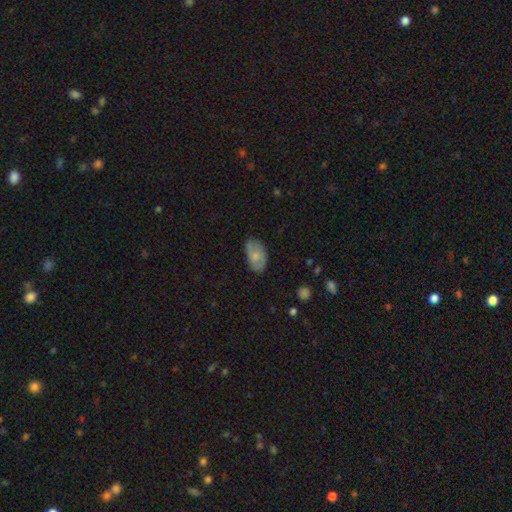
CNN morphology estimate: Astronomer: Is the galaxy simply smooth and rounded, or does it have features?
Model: smooth — 68%.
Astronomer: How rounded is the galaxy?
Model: in between — 92%.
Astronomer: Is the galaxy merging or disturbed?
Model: none — 64%.